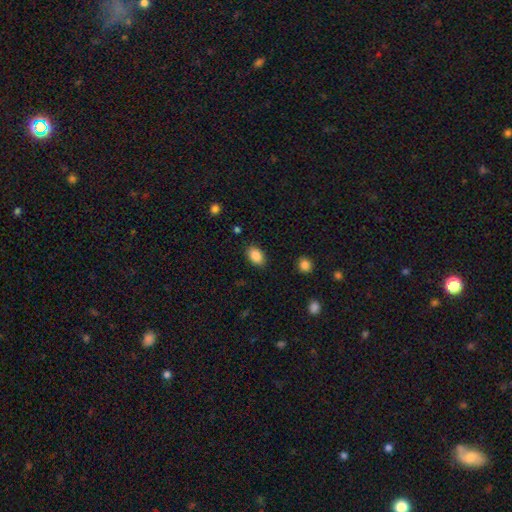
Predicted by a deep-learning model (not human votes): smooth 87%, star or artifact 8%, featured or disk 5%. Down the decision tree: how rounded — in between (85%); merging — none (87%).